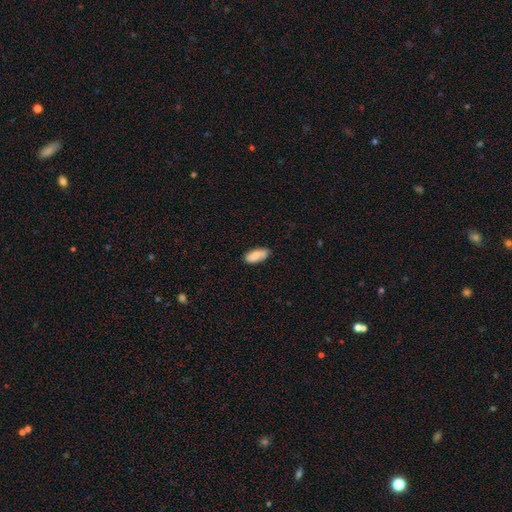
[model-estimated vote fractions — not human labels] smooth-or-featured: smooth: 78% | featured or disk: 15% | star or artifact: 7%
  how-rounded: in between: 87% | cigar-shaped: 11% | round: 2%
  merging: none: 78% | minor disturbance: 17% | major disturbance: 3% | merger: 2%